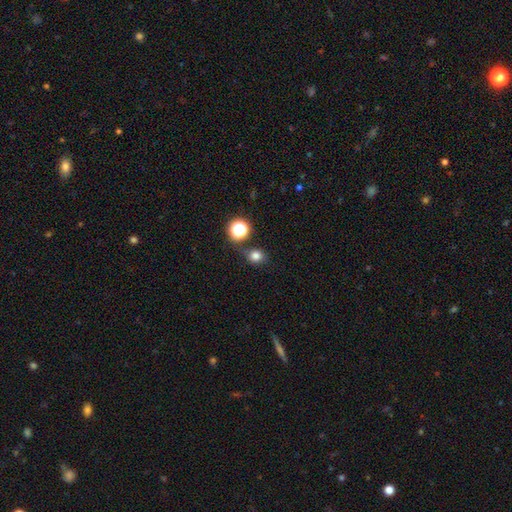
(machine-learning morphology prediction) Smooth or featured?
  - smooth: 77% *
  - star or artifact: 16%
  - featured or disk: 7%
How rounded?
  - round: 71% *
  - in between: 28%
  - cigar-shaped: 1%
Merging?
  - none: 72% *
  - minor disturbance: 15%
  - merger: 8%
  - major disturbance: 5%